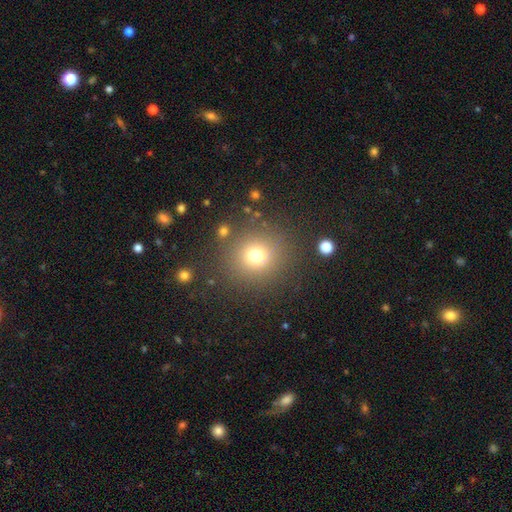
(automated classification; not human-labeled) A smooth galaxy with no disk features (73%) that is round (90%). Merging: none (84%).